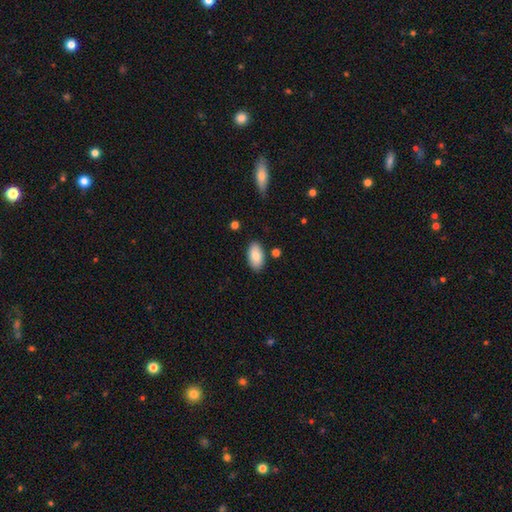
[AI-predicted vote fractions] Q: Smooth or featured?
A: smooth (83%); runner-up: featured or disk (11%)
Q: How rounded?
A: in between (94%); runner-up: round (3%)
Q: Merging?
A: none (84%); runner-up: minor disturbance (11%)